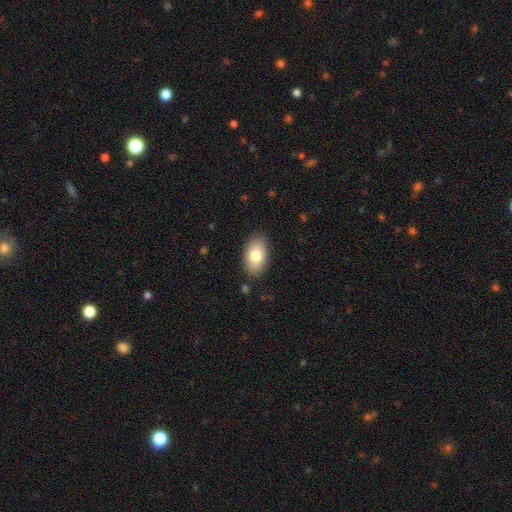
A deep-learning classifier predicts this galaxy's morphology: smooth 80%, featured or disk 14%, star or artifact 7%. Down the decision tree: how rounded — in between (93%); merging — none (86%).